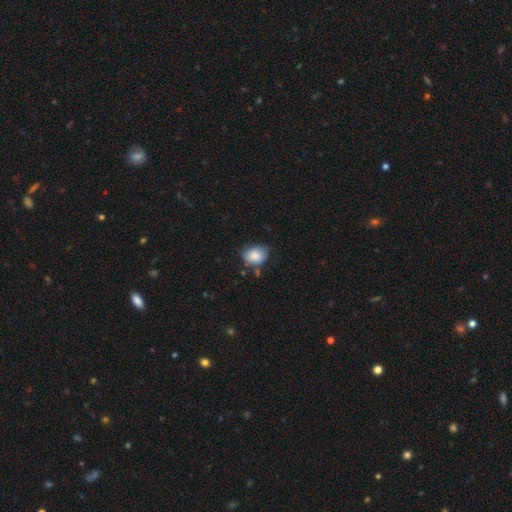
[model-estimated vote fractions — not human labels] Smooth or featured?
  - smooth: 84% *
  - star or artifact: 8%
  - featured or disk: 8%
How rounded?
  - in between: 54% *
  - round: 45%
  - cigar-shaped: 1%
Merging?
  - none: 57% *
  - minor disturbance: 31%
  - major disturbance: 7%
  - merger: 6%